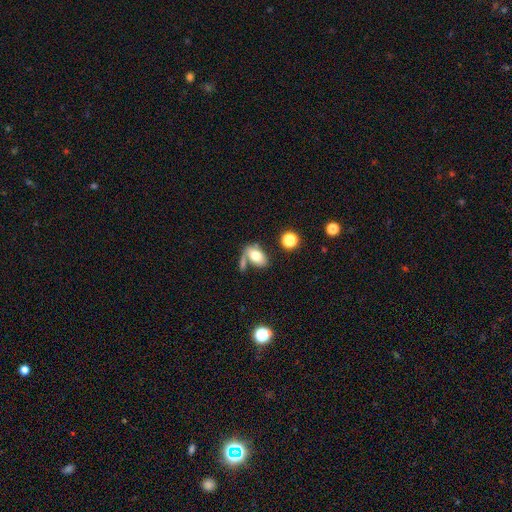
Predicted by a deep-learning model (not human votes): Overall: smooth (74%). How rounded: in between (88%). Merging: none (50%; merger 26%).